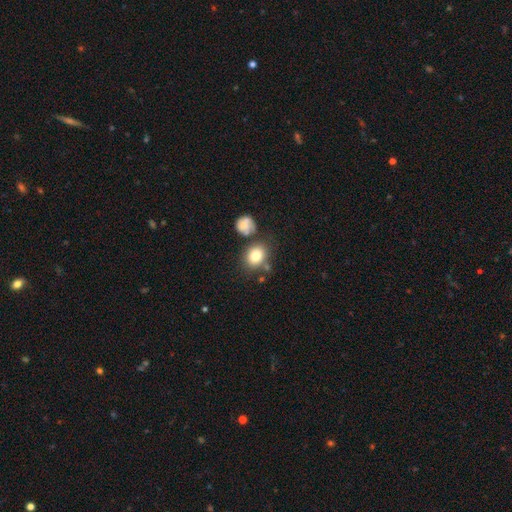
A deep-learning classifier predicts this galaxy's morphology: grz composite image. It shows a smooth galaxy with no disk features (81%) that is round (58%). Merging: none (67%).